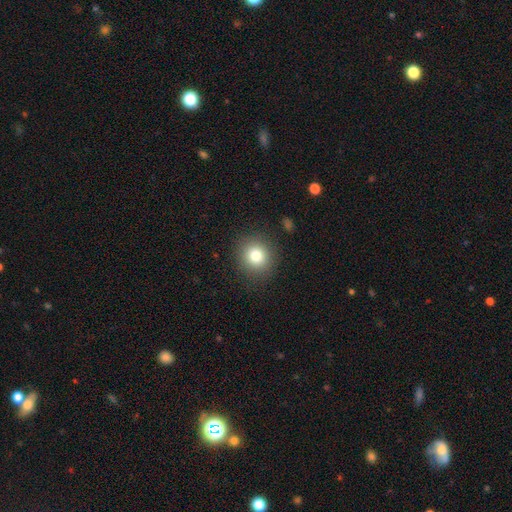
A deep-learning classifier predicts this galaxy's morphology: smooth-or-featured: smooth: 80% | star or artifact: 12% | featured or disk: 8%
  how-rounded: round: 90% | in between: 9% | cigar-shaped: 1%
  merging: none: 89% | minor disturbance: 7% | major disturbance: 3% | merger: 1%